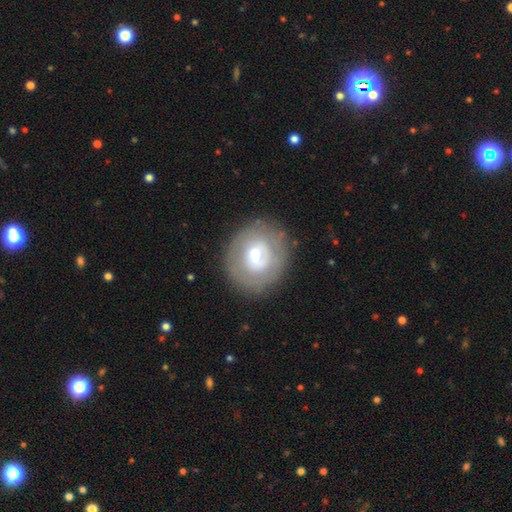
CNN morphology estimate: smooth-or-featured: featured or disk: 48% | smooth: 45% | star or artifact: 7%
  merging: none: 78% | minor disturbance: 14% | major disturbance: 6% | merger: 2%